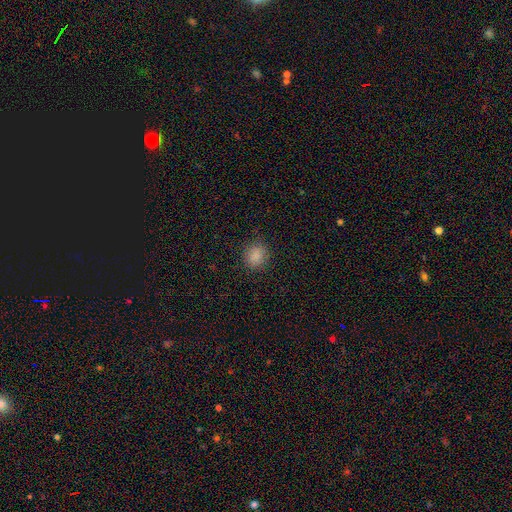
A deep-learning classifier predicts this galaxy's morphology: This is clearly a smooth galaxy (85%). How rounded: likely round (72%). Merging: clearly none (87%).